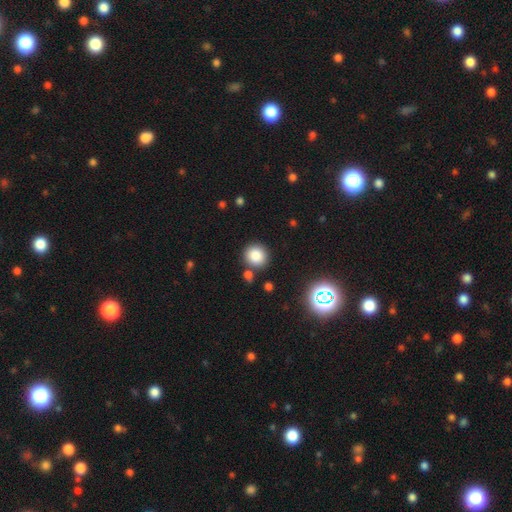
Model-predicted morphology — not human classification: Smooth or featured?
  - smooth: 84% *
  - star or artifact: 11%
  - featured or disk: 5%
How rounded?
  - round: 91% *
  - in between: 8%
  - cigar-shaped: 1%
Merging?
  - none: 82% *
  - minor disturbance: 8%
  - merger: 7%
  - major disturbance: 3%